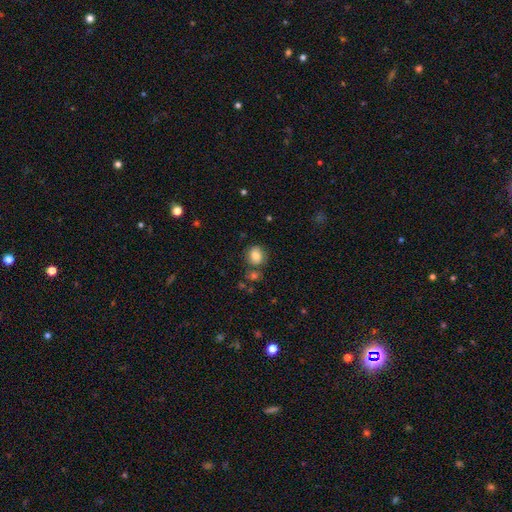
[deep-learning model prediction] Smooth or featured? Predicted: smooth (p=0.80). How rounded? Predicted: round (p=0.69). Merging? Predicted: none (p=0.69).